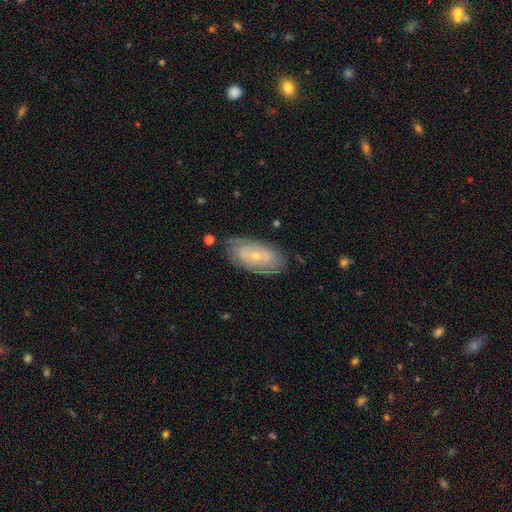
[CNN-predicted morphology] smooth_or_featured: featured or disk (p=0.66) [alt: smooth p=0.27]
disk_edge_on: no (p=0.92) [alt: yes p=0.08]
bar: no (p=0.59) [alt: weak p=0.32]
has_spiral_arms: yes (p=0.75) [alt: no p=0.25]
bulge_size: small (p=0.66) [alt: moderate p=0.31]
merging: none (p=0.72) [alt: minor disturbance p=0.20]